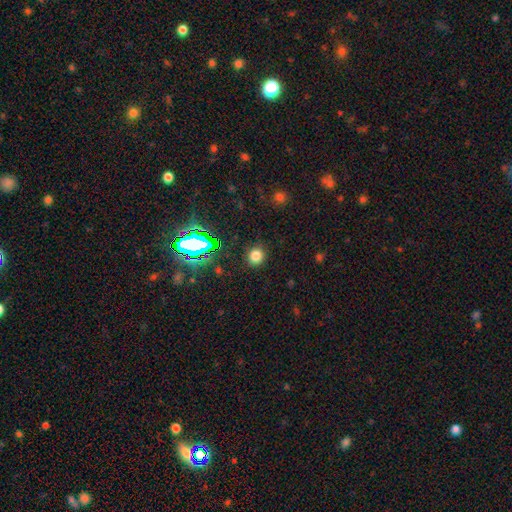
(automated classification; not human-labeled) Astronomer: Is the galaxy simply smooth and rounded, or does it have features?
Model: smooth — 74%.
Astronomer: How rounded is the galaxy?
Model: round — 82%.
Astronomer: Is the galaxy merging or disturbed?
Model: none — 89%.